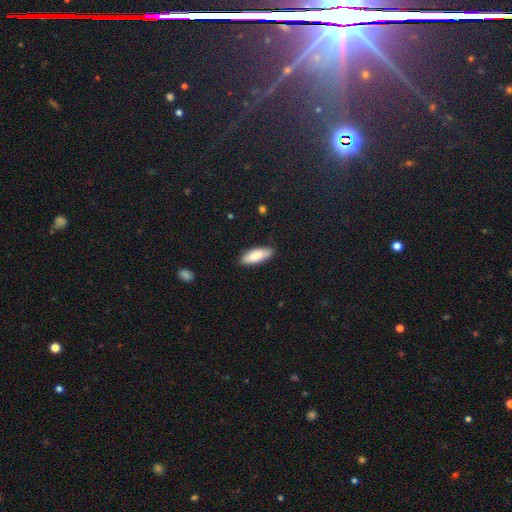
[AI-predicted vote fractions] This appears to be a smooth galaxy with no disk features (83%) that is in between round and cigar-shaped (71%). Merging: none (85%).